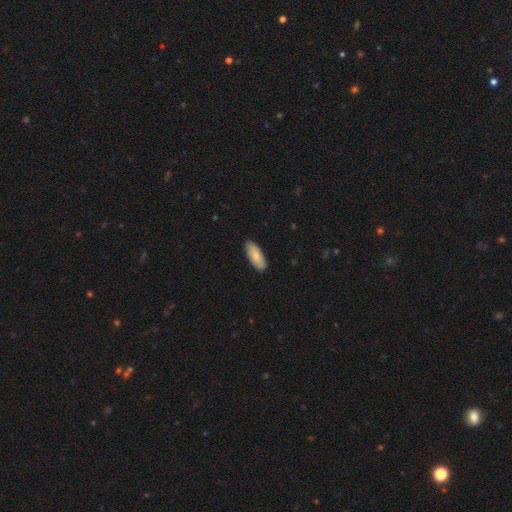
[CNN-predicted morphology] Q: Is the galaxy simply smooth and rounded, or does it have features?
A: smooth — 82%.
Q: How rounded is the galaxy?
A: in between — 79%.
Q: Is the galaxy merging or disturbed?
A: none — 88%.